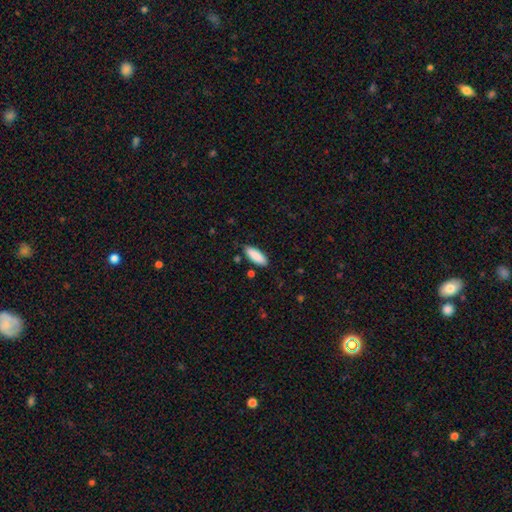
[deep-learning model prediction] A smooth galaxy with no disk features (89%) that is in between round and cigar-shaped (69%). Merging: none (82%).